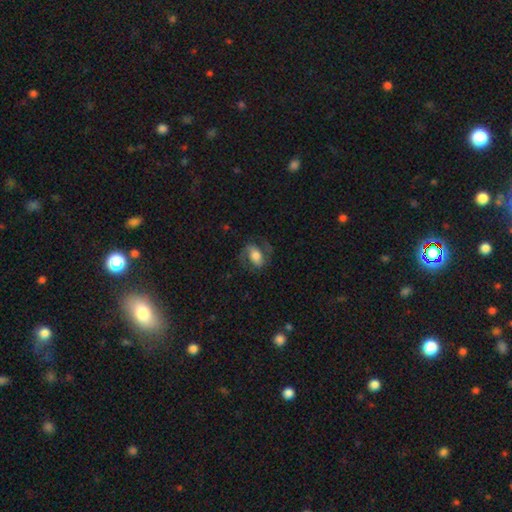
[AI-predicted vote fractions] smooth_or_featured: featured or disk (p=0.54) [alt: smooth p=0.38]
disk_edge_on: no (p=0.95) [alt: yes p=0.05]
bar: no (p=0.39) [alt: weak p=0.33]
has_spiral_arms: yes (p=0.84) [alt: no p=0.16]
bulge_size: moderate (p=0.44) [alt: large p=0.33]
merging: none (p=0.65) [alt: minor disturbance p=0.18]